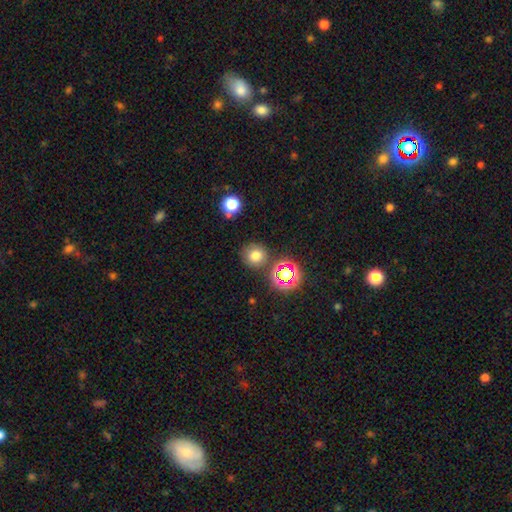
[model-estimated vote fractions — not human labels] smooth_or_featured: smooth (p=0.72) [alt: star or artifact p=0.20]
how_rounded: round (p=0.91) [alt: in between p=0.08]
merging: none (p=0.82) [alt: minor disturbance p=0.09]